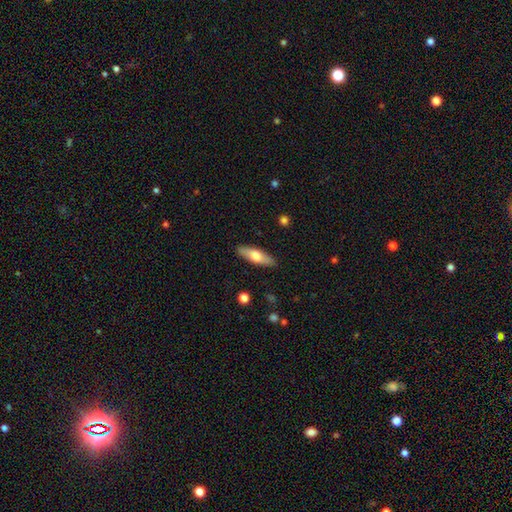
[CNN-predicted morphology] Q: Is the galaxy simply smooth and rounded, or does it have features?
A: smooth — 63%.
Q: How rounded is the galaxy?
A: cigar-shaped — 49%, tied with in between.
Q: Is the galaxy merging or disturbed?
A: none — 88%.